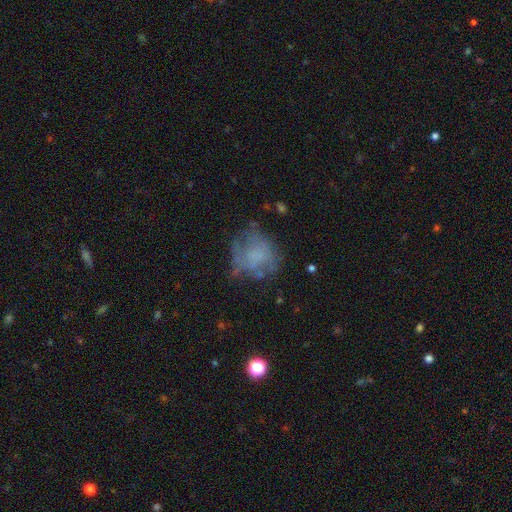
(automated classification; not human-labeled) This is possibly a smooth galaxy (46%). Merging: possibly none (49%).